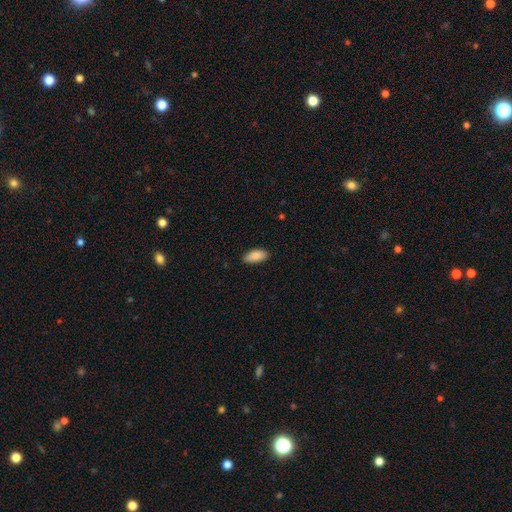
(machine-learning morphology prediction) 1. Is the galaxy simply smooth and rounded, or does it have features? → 88% smooth, 6% star or artifact, 5% featured or disk.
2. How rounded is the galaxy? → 90% in between, 8% cigar-shaped, 2% round.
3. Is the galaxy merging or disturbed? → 87% none, 10% minor disturbance, 2% major disturbance, 1% merger.